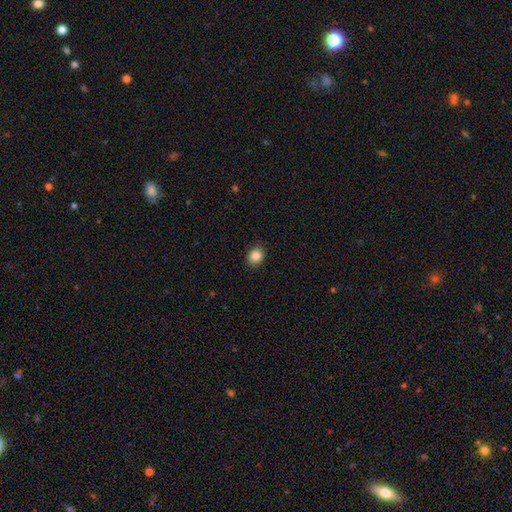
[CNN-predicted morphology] The model was most divided on "how rounded": round: 60%, in between: 39%, cigar-shaped: 1%. More confident: merging — none (88%); smooth or featured — smooth (86%).